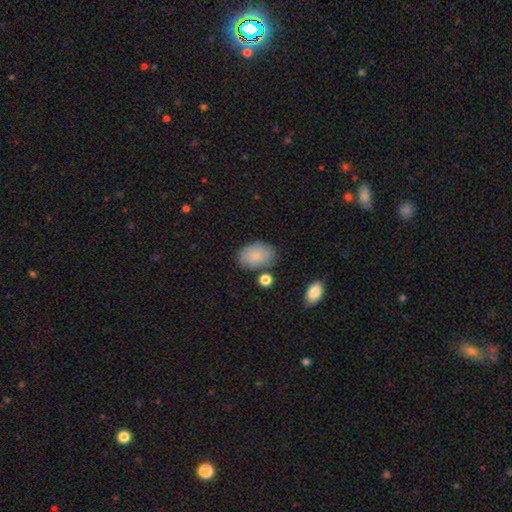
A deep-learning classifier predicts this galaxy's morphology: Overall: smooth (79%). How rounded: in between (83%). Merging: none (73%).